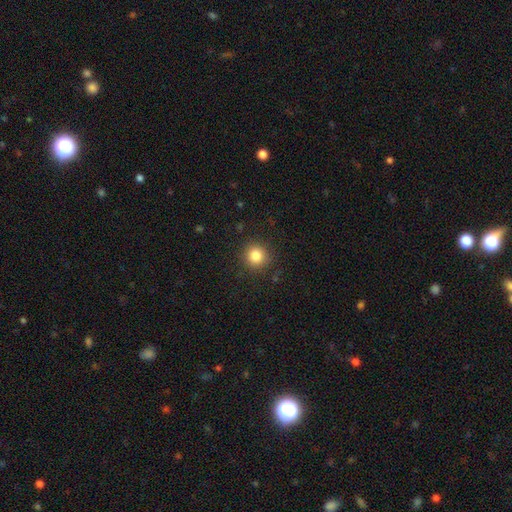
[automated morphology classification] Smooth or featured? Predicted: smooth (p=0.83). How rounded? Predicted: round (p=0.93). Merging? Predicted: none (p=0.90).